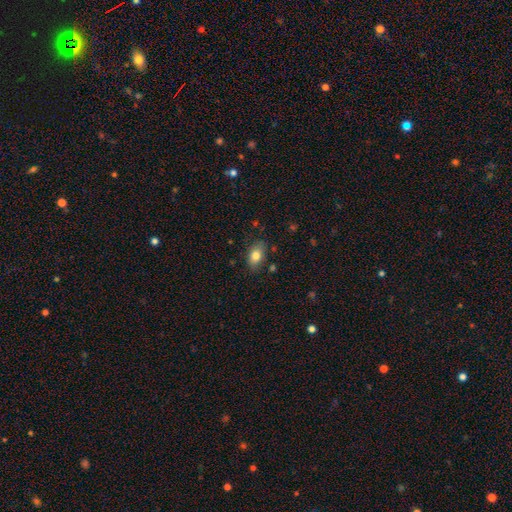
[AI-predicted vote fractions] smooth-or-featured: smooth: 80% | featured or disk: 12% | star or artifact: 8%
  how-rounded: in between: 87% | round: 11% | cigar-shaped: 2%
  merging: none: 80% | minor disturbance: 15% | major disturbance: 3% | merger: 2%